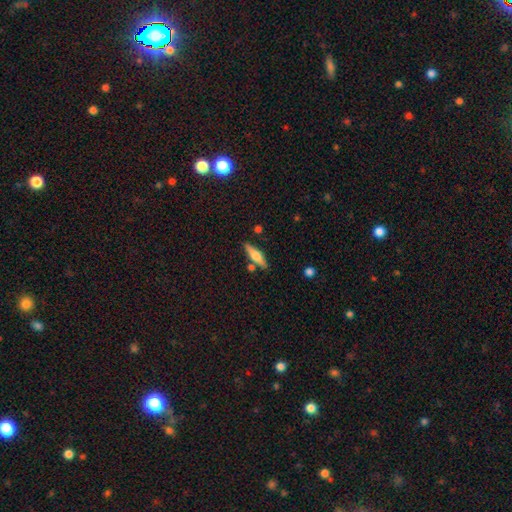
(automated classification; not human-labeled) Overall: smooth (51%; featured or disk 42%). How rounded: cigar-shaped (67%; in between 30%). Merging: none (80%).